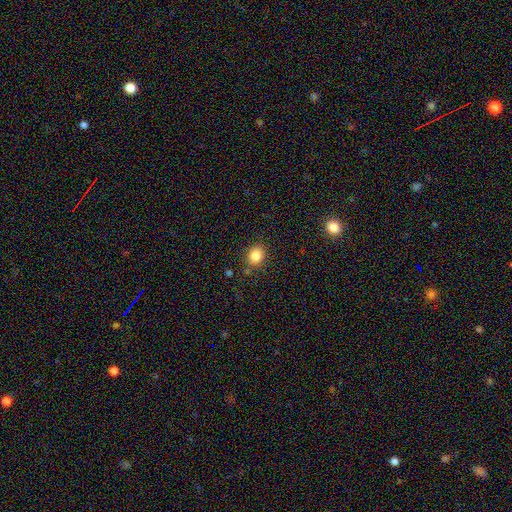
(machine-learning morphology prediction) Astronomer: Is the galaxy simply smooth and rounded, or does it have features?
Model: smooth — 83%.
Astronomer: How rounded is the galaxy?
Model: round — 72%.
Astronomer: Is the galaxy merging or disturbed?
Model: none — 82%.